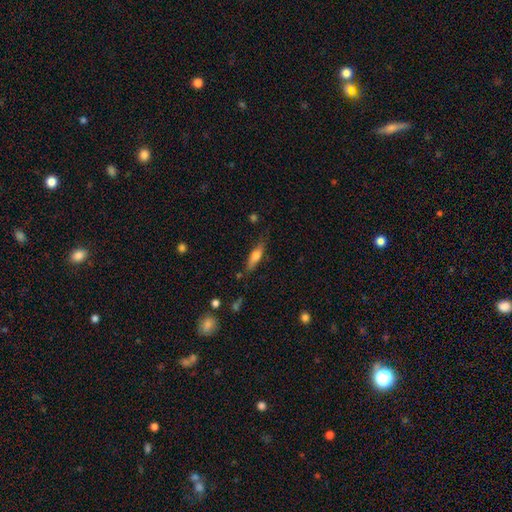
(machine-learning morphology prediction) A smooth galaxy with no disk features (62%) that is cigar-shaped (64%). Merging: none (74%).